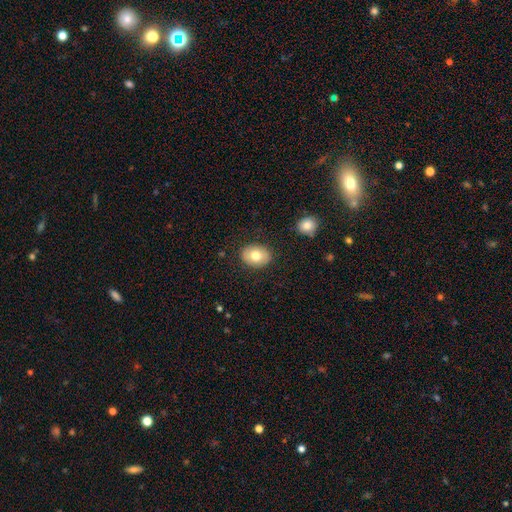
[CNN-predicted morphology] Smooth or featured? Predicted: smooth (p=0.76). How rounded? Predicted: in between (p=0.67). Merging? Predicted: none (p=0.87).